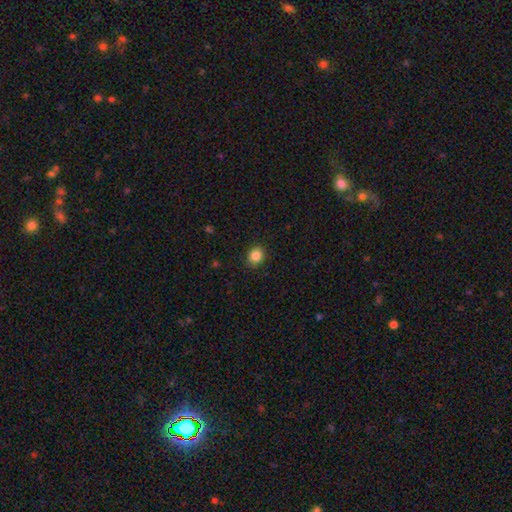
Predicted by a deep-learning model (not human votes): smooth-or-featured: smooth: 86% | star or artifact: 10% | featured or disk: 4%
  how-rounded: round: 64% | in between: 35% | cigar-shaped: 1%
  merging: none: 89% | minor disturbance: 8% | major disturbance: 2% | merger: 1%